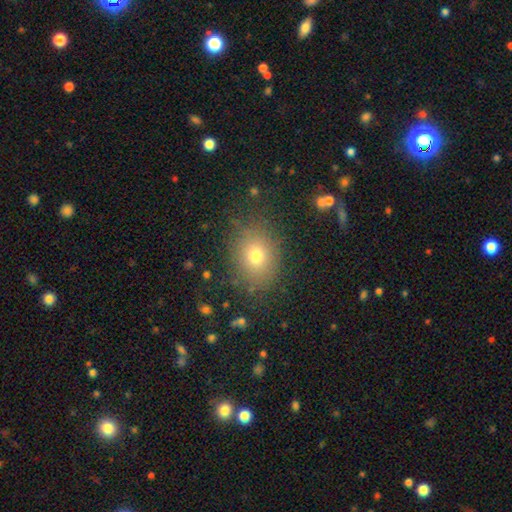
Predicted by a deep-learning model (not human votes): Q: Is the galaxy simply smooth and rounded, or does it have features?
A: smooth — 75%.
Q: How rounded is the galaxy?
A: in between — 53%.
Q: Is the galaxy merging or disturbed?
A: none — 82%.